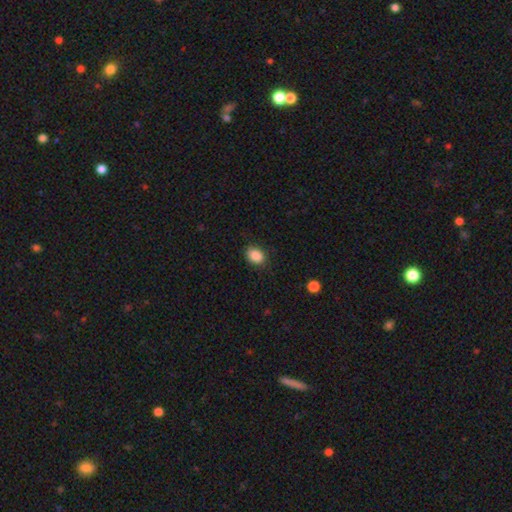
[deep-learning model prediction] smooth-or-featured: smooth: 88% | star or artifact: 9% | featured or disk: 4%
  how-rounded: in between: 68% | round: 31% | cigar-shaped: 1%
  merging: none: 85% | minor disturbance: 11% | major disturbance: 3% | merger: 1%